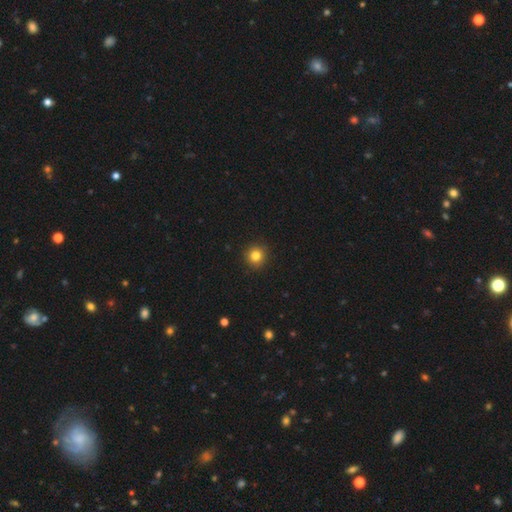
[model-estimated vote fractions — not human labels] A smooth galaxy with no disk features (82%) that is round (94%). Merging: none (92%).